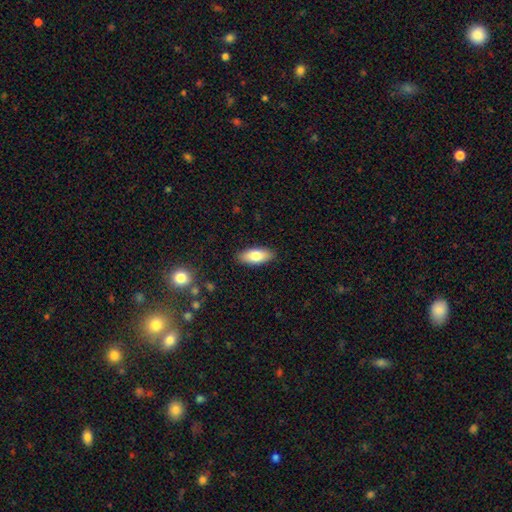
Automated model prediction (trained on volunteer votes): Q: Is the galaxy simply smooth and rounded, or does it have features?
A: smooth — 80%.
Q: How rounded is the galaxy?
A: in between — 83%.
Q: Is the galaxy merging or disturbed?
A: none — 88%.